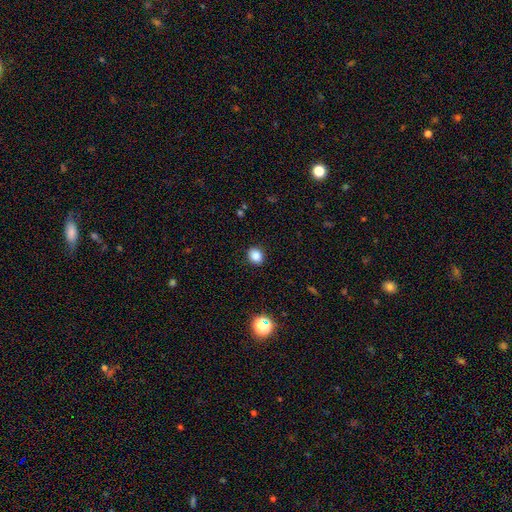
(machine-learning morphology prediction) smooth 85%, star or artifact 12%, featured or disk 3%. Down the decision tree: how rounded — round (68%); merging — none (89%).